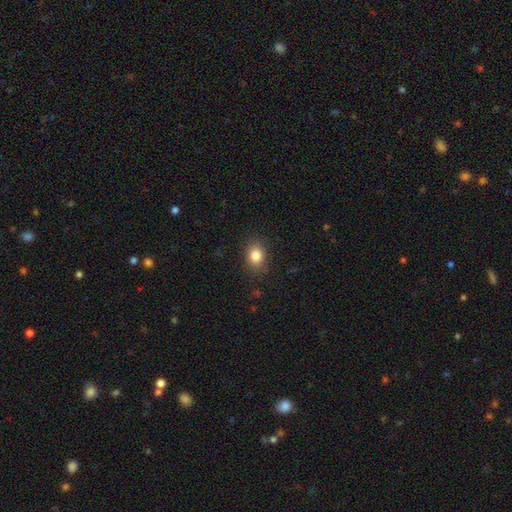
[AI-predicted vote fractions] smooth 84%, star or artifact 10%, featured or disk 6%. Down the decision tree: how rounded — in between (60%); merging — none (86%).